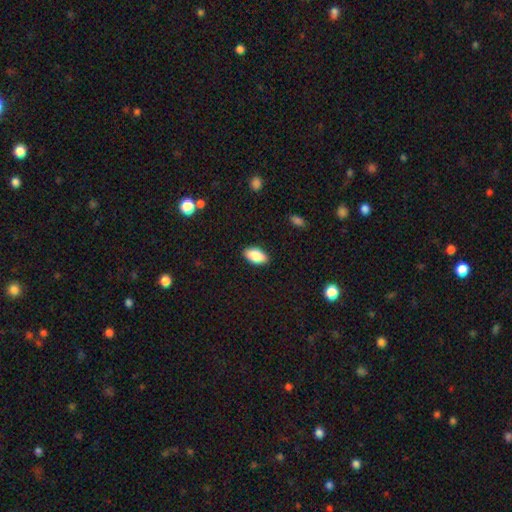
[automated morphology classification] smooth_or_featured: smooth (p=0.87) [alt: star or artifact p=0.07]
how_rounded: in between (p=0.93) [alt: cigar-shaped p=0.04]
merging: none (p=0.88) [alt: minor disturbance p=0.09]